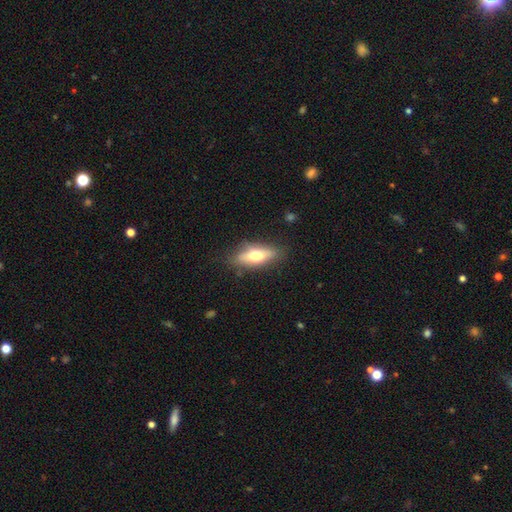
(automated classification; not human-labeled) This appears to be a smooth galaxy with no disk features (59%) that is in between round and cigar-shaped (63%). Merging: none (80%).